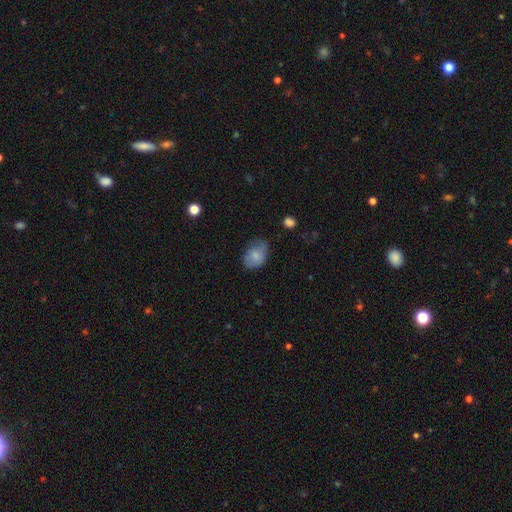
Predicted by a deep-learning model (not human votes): Smooth or featured? smooth (75%)
How rounded? in between (74%)
Merging? none (52%)